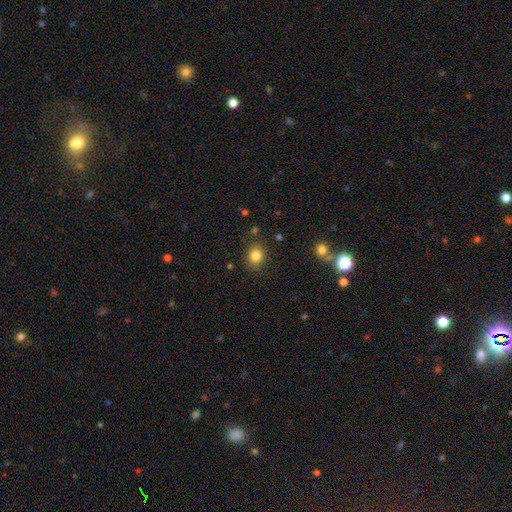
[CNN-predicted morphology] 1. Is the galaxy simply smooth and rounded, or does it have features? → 83% smooth, 11% star or artifact, 6% featured or disk.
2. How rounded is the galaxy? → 63% round, 37% in between, 1% cigar-shaped.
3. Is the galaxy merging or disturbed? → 83% none, 11% minor disturbance, 3% major disturbance, 3% merger.